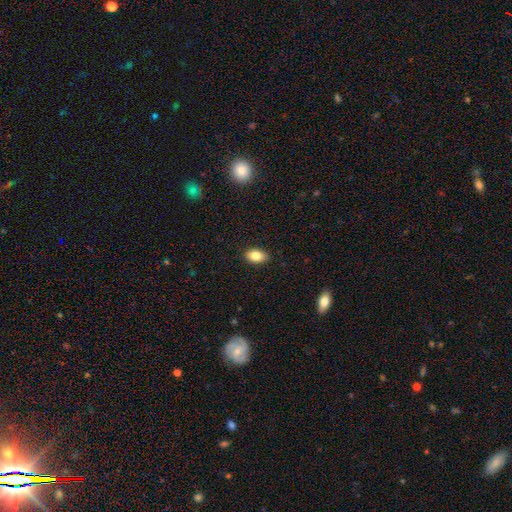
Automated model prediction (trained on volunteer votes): Overall: smooth (83%). How rounded: in between (90%). Merging: none (88%).